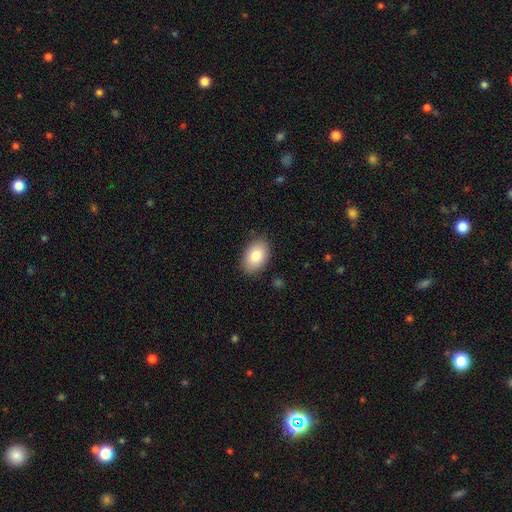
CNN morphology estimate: smooth_or_featured: smooth (p=0.84) [alt: featured or disk p=0.09]
how_rounded: in between (p=0.89) [alt: round p=0.10]
merging: none (p=0.86) [alt: minor disturbance p=0.10]